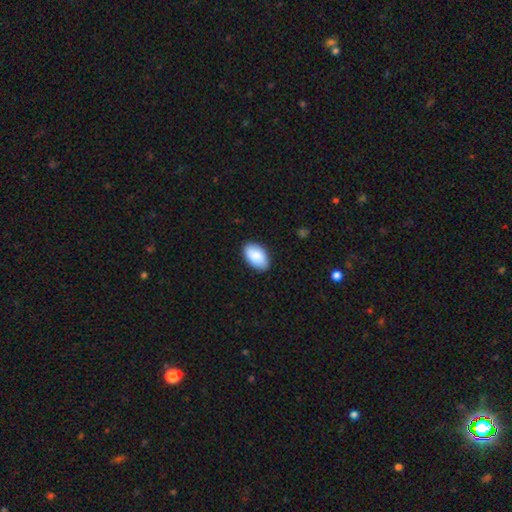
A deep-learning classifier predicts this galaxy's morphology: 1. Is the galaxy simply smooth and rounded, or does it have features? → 89% smooth, 6% featured or disk, 6% star or artifact.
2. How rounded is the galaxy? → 94% in between, 4% round, 1% cigar-shaped.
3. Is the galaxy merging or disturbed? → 87% none, 10% minor disturbance, 2% major disturbance, 1% merger.